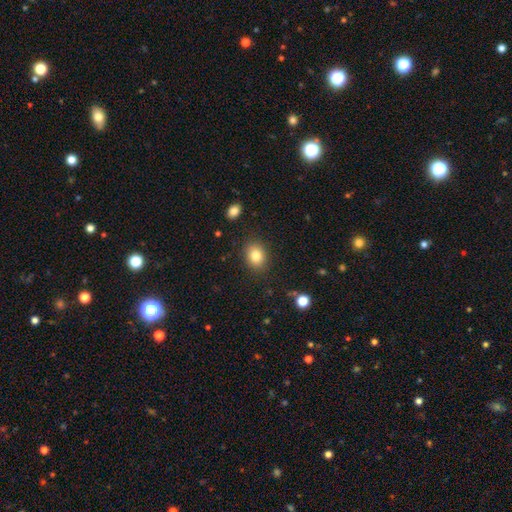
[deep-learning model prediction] This appears to be a smooth galaxy with no disk features (82%) that is in between round and cigar-shaped (50%). Merging: none (87%).